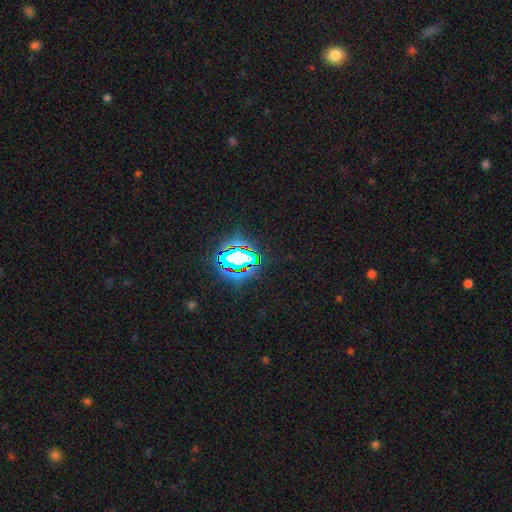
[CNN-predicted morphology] smooth-or-featured: star or artifact: 83% | smooth: 11% | featured or disk: 6%